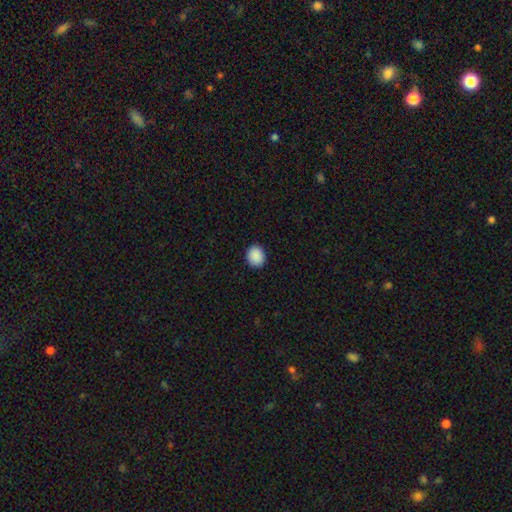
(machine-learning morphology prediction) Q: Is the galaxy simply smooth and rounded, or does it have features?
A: smooth — 90%.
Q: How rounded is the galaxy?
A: round — 65%.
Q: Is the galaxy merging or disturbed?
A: none — 91%.